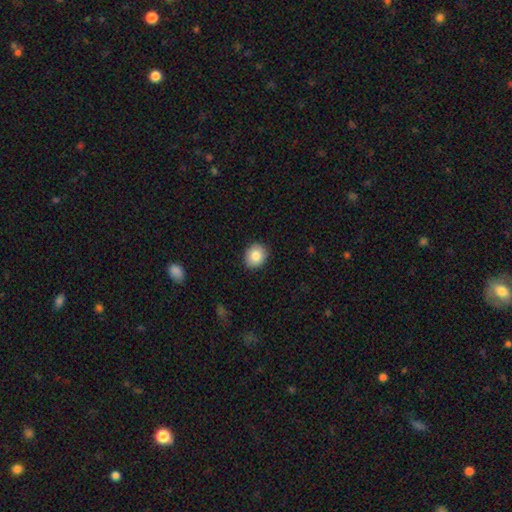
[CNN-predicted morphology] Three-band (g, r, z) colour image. It shows a smooth galaxy with no disk features (84%) that is round (69%). Merging: none (89%).